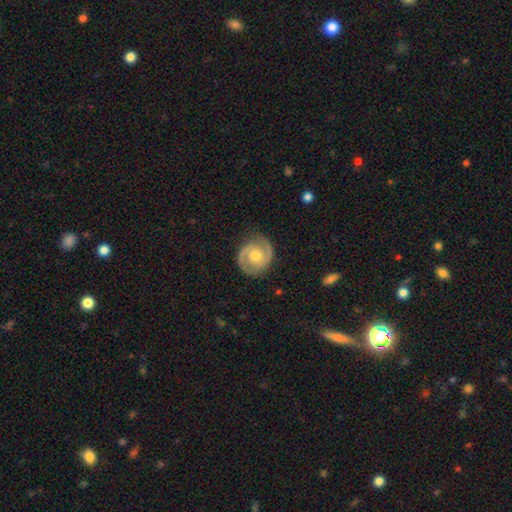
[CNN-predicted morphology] A featured or disk galaxy (90%) with no bar (64%), 2 (93%) tight (48%) spiral arms (98%) and a moderate central bulge (65%).

Vote fractions:
- Smooth or featured? featured or disk: 90% / smooth: 6% / star or artifact: 4%
- Edge-on disk? no: 98% / yes: 2%
- Bar? no: 64% / weak: 30% / strong: 7%
- Spiral arms? yes: 98% / no: 2%
- Spiral winding? tight: 48% / medium: 45% / loose: 7%
- Spiral arm count? 2: 93% / can't tell: 2% / 3: 2% / 1: 1% / 4: 1% / more than 4: 1%
- Bulge size? moderate: 65% / small: 29% / large: 3% / none: 2% / dominant: 1%
- Merging? none: 86% / minor disturbance: 11% / major disturbance: 3% / merger: 1%